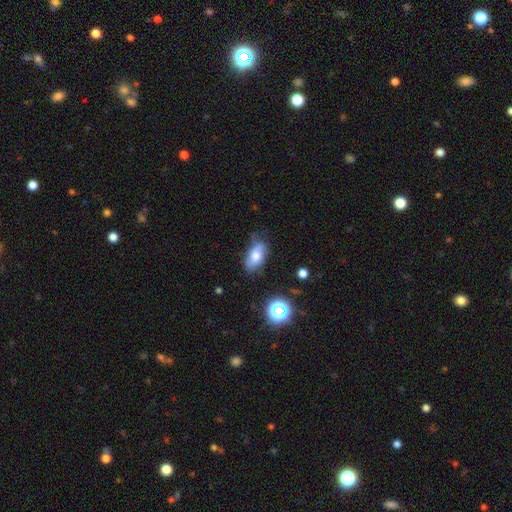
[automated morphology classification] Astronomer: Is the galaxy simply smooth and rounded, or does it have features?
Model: smooth — 66%.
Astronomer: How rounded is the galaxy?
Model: in between — 89%.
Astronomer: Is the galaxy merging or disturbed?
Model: none — 56% (runner-up: minor disturbance, 32%).